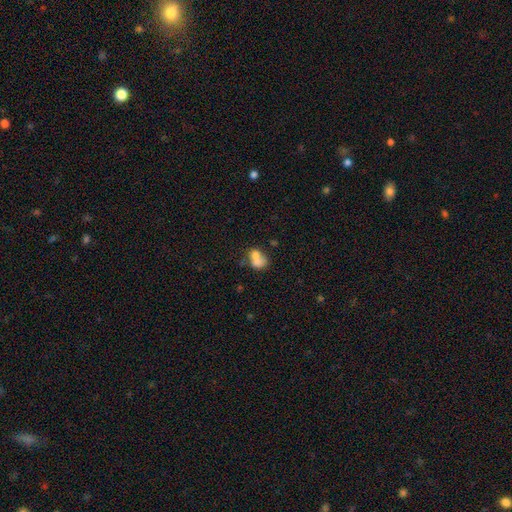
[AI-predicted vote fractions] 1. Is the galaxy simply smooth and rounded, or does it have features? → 69% smooth, 20% featured or disk, 11% star or artifact.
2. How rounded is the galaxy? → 52% in between, 47% round, 1% cigar-shaped.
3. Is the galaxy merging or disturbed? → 66% merger, 21% none, 8% minor disturbance, 5% major disturbance.